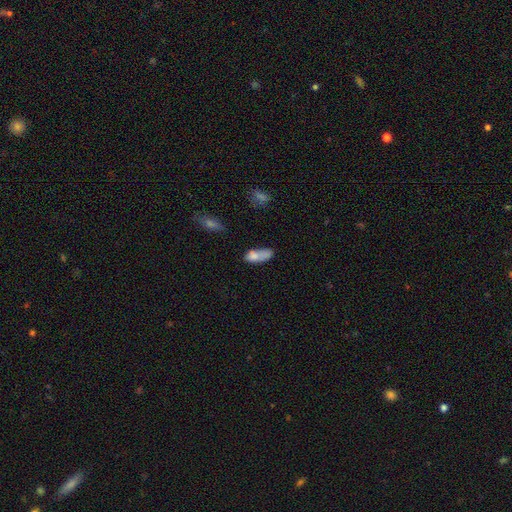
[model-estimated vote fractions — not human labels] Morphology: type=smooth (73%); roundness=in between (76%); merging=none (34%).